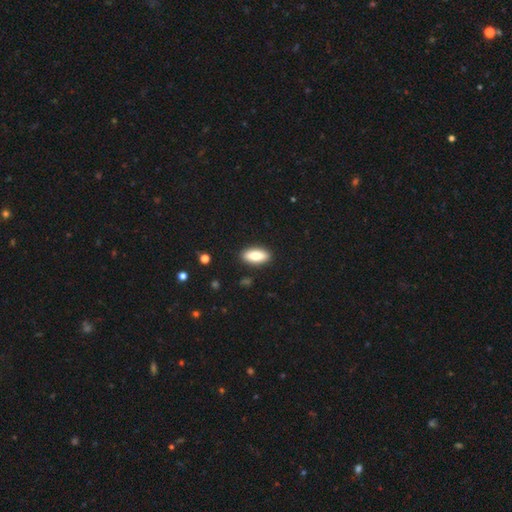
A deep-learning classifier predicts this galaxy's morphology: Overall: smooth (79%). How rounded: in between (85%). Merging: none (90%).